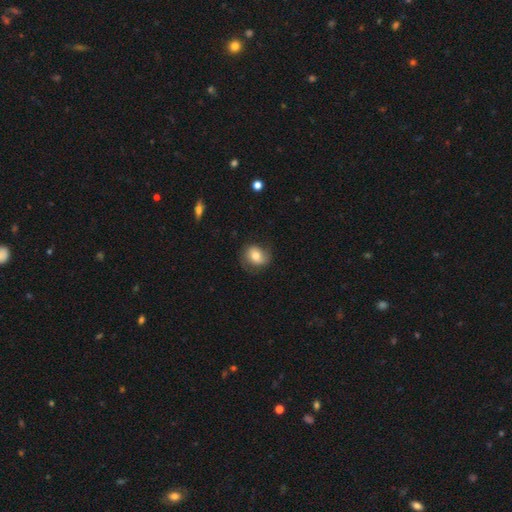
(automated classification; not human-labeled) The model was most divided on "how rounded": round: 52%, in between: 46%, cigar-shaped: 1%. More confident: merging — none (67%); smooth or featured — smooth (65%).